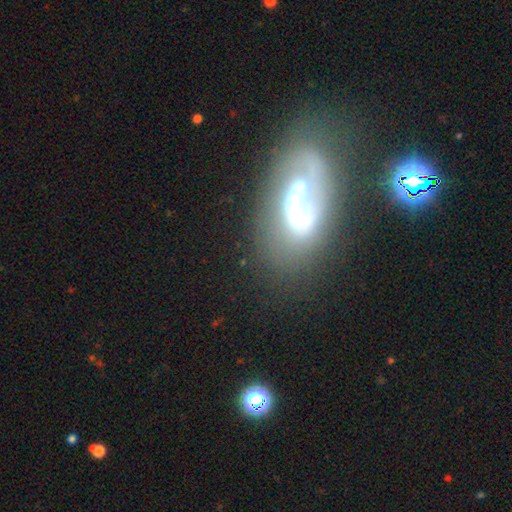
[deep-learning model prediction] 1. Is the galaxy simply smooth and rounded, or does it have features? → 72% featured or disk, 18% smooth, 10% star or artifact.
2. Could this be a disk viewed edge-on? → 92% no, 8% yes.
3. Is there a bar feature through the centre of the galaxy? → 35% weak (tied), 35% strong (tied), 31% no.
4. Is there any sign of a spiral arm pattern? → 75% yes, 25% no.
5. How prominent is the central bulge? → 31% moderate, 25% small, 23% none, 17% large, 4% dominant.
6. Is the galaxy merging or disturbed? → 61% none, 18% minor disturbance, 15% major disturbance, 7% merger.